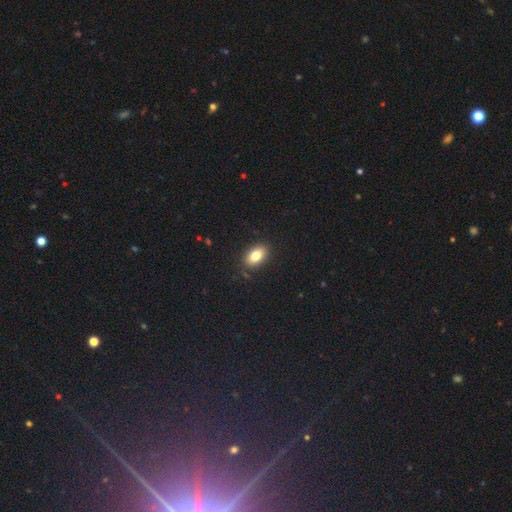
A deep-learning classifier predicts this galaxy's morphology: A smooth galaxy with no disk features (81%) that is in between round and cigar-shaped (89%). Merging: none (87%).